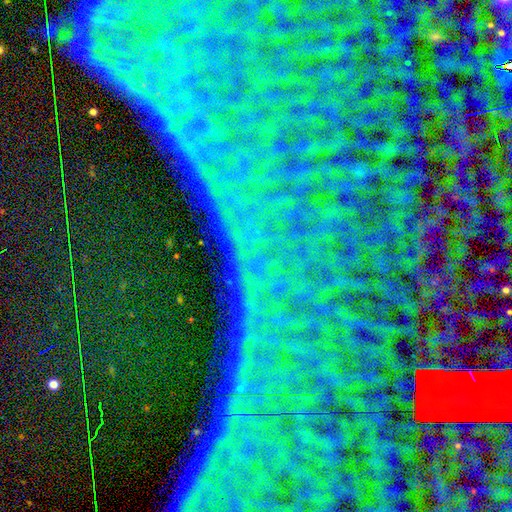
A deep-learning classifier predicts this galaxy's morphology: smooth-or-featured: star or artifact: 84% | featured or disk: 9% | smooth: 7%